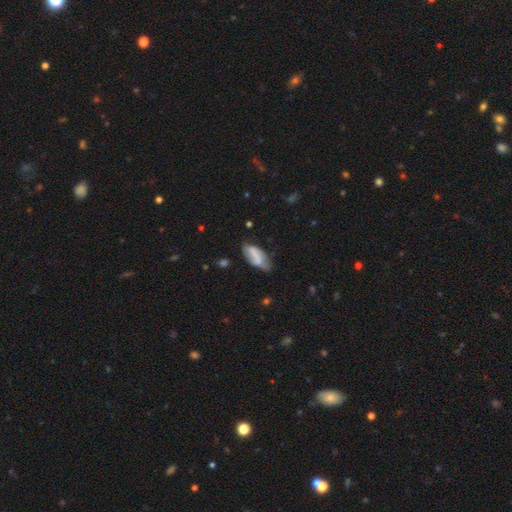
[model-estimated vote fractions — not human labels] A smooth galaxy with no disk features (54%) that is in between round and cigar-shaped (88%).

Vote fractions:
- Smooth or featured? smooth: 54% / featured or disk: 39% / star or artifact: 8%
- How rounded? in between: 88% / cigar-shaped: 10% / round: 3%
- Merging? none: 53% / minor disturbance: 32% / major disturbance: 11% / merger: 4%